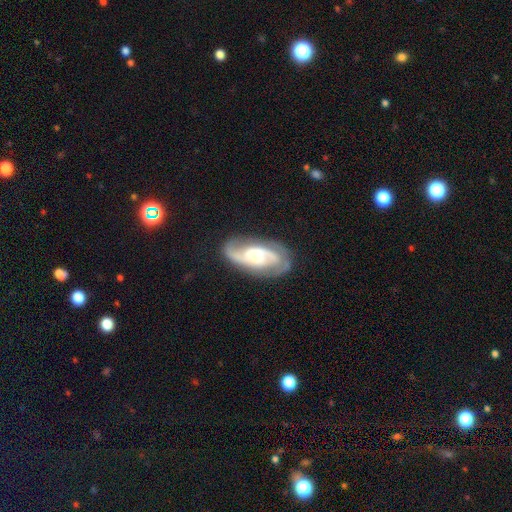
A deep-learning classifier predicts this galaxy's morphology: Smooth or featured? featured or disk (82%)
Edge-on disk? no (95%)
Bar? no (46%)
Spiral arms? yes (95%)
Spiral winding? medium (50%)
Spiral arm count? 2 (85%)
Bulge size? moderate (36%)
Merging? none (74%)